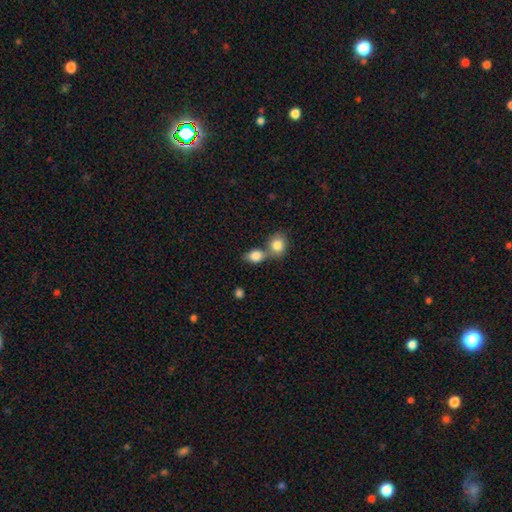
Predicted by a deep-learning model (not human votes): Smooth or featured? Predicted: smooth (p=0.84). How rounded? Predicted: in between (p=0.59). Merging? Predicted: merger (p=0.51).